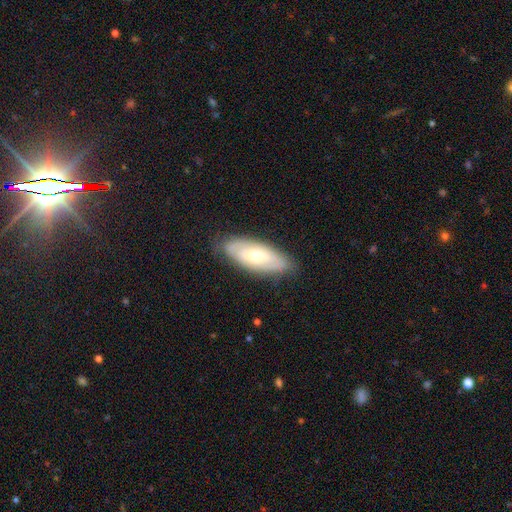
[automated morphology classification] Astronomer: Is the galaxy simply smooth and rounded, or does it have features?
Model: featured or disk — 52% (runner-up: smooth, 42%).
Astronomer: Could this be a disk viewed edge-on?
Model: no — 80%.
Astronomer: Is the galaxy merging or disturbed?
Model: none — 80%.